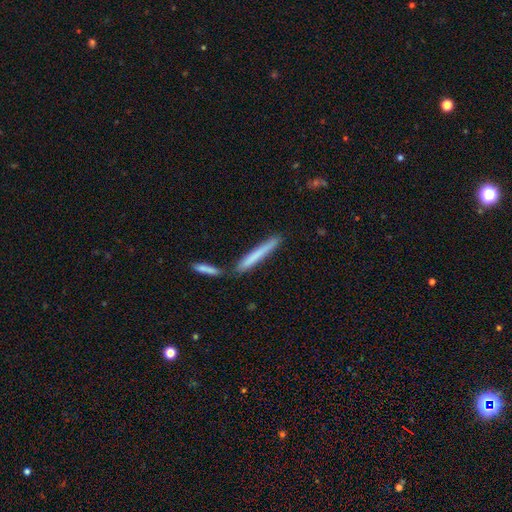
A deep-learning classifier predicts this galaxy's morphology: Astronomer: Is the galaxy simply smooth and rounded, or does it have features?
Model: smooth — 68%.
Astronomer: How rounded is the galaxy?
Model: cigar-shaped — 96%.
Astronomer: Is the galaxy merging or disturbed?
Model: none — 72%.